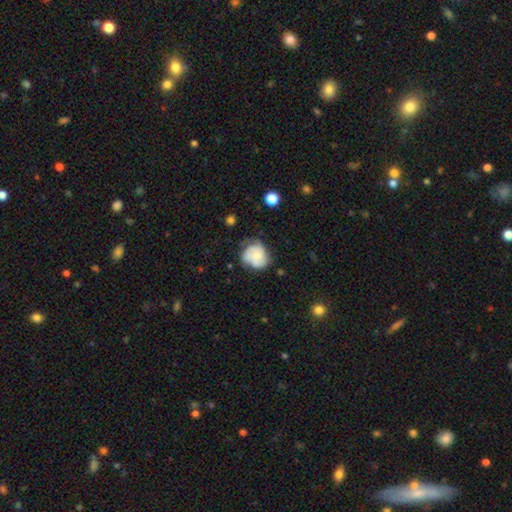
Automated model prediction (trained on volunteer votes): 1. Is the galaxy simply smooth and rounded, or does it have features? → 52% smooth, 41% featured or disk, 8% star or artifact.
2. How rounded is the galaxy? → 68% round, 31% in between, 1% cigar-shaped.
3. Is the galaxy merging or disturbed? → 46% none, 31% minor disturbance, 15% major disturbance, 8% merger.